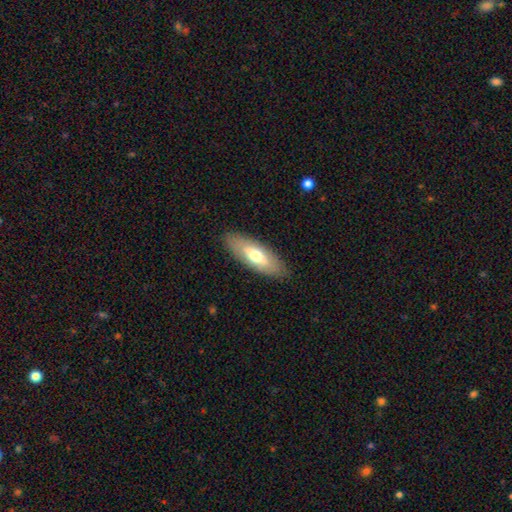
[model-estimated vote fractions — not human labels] Smooth or featured: smooth — 62% (featured or disk — 32%)
How rounded: in between — 69% (cigar-shaped — 29%)
Merging: none — 86% (minor disturbance — 10%)